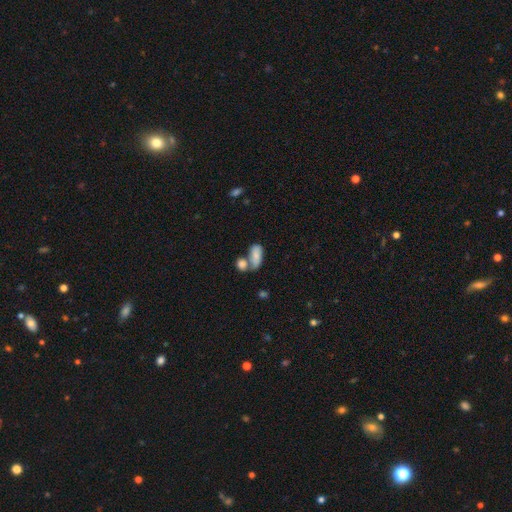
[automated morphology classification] Q: Smooth or featured?
A: smooth (77%); runner-up: featured or disk (15%)
Q: How rounded?
A: in between (88%); runner-up: cigar-shaped (7%)
Q: Merging?
A: merger (47%); runner-up: none (32%)